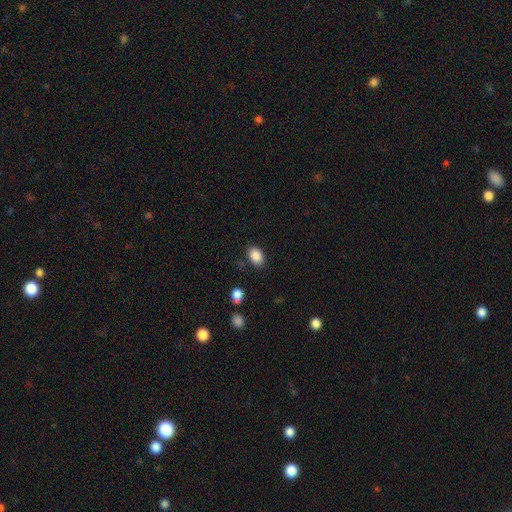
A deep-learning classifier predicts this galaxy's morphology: This is clearly a smooth galaxy (88%). How rounded: likely in between (77%). Merging: clearly none (82%).